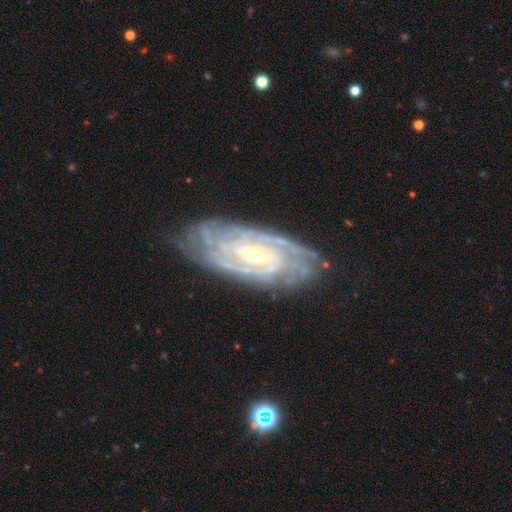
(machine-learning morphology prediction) type=featured or disk (89%); edge-on=no (93%); bar=no (45%); spiral arms=yes (97%); winding=tight (74%); arm count=can't tell (30%); bulge=small (69%); merging=none (77%).